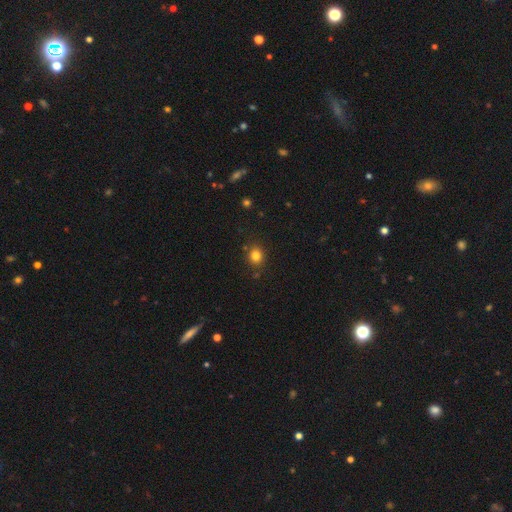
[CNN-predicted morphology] Smooth or featured?
  - smooth: 81% *
  - star or artifact: 13%
  - featured or disk: 6%
How rounded?
  - round: 73% *
  - in between: 26%
  - cigar-shaped: 1%
Merging?
  - none: 85% *
  - minor disturbance: 10%
  - merger: 3%
  - major disturbance: 3%